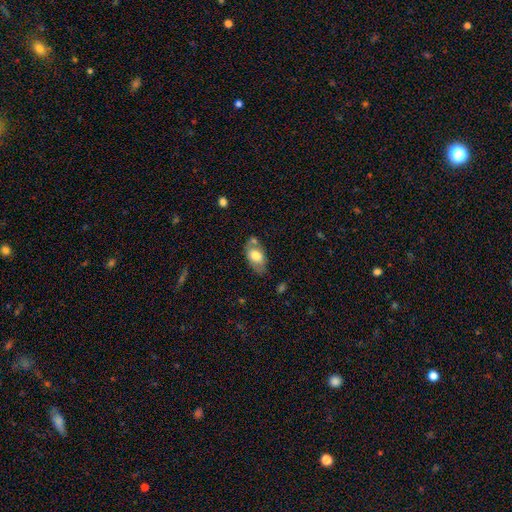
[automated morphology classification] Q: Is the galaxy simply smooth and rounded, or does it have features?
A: smooth — 69%.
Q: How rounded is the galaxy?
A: in between — 92%.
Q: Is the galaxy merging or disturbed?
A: none — 55%.